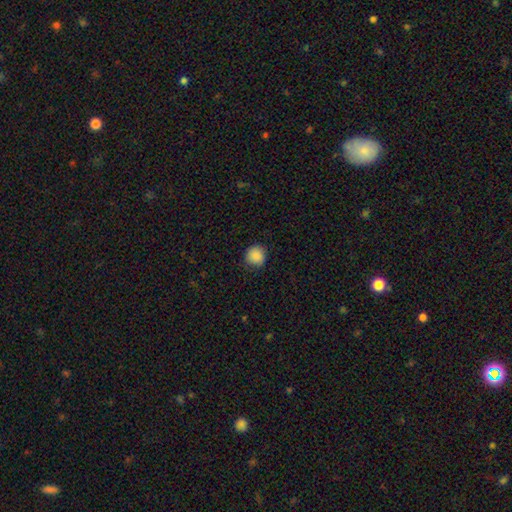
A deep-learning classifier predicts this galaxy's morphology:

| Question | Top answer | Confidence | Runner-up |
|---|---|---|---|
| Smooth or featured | smooth | 89% | star or artifact (9%) |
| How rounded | round | 91% | in between (8%) |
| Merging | none | 87% | minor disturbance (10%) |